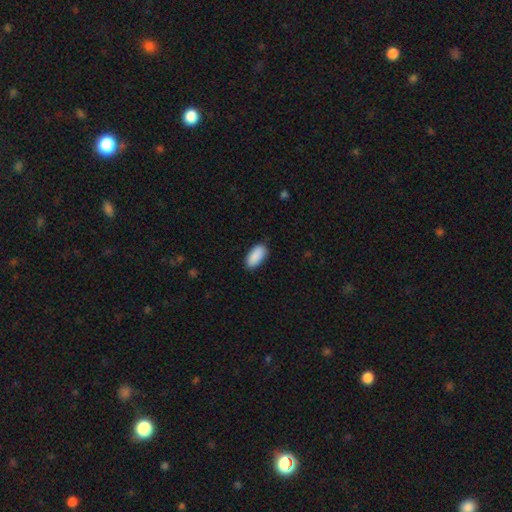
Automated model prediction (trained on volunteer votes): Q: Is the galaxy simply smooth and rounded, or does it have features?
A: smooth — 91%.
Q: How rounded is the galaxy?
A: in between — 92%.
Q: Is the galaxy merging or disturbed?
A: none — 87%.